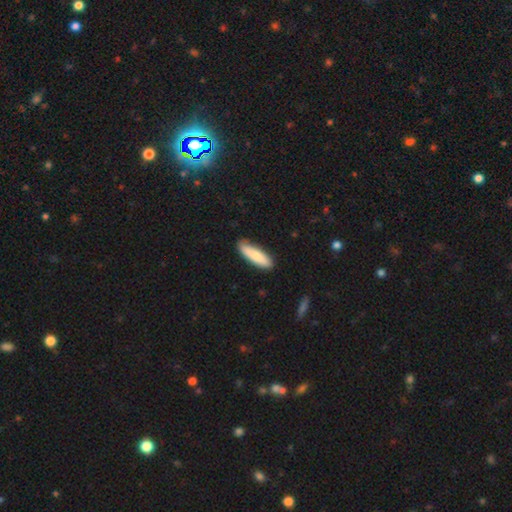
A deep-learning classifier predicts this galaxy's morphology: Smooth or featured? smooth (82%)
How rounded? cigar-shaped (67%)
Merging? none (83%)